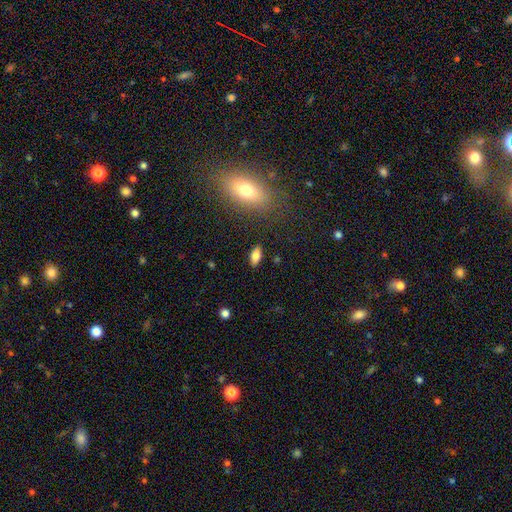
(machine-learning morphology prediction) A smooth galaxy with no disk features (80%) that is in between round and cigar-shaped (86%). Merging: none (87%).